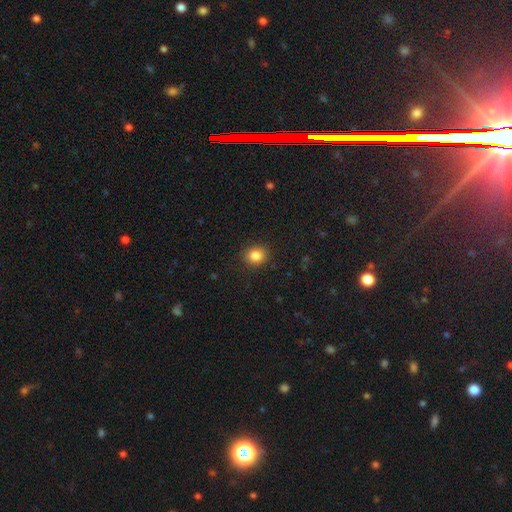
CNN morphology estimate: A smooth galaxy with no disk features (85%) that is round (69%).

Vote fractions:
- Smooth or featured? smooth: 85% / star or artifact: 10% / featured or disk: 5%
- How rounded? round: 69% / in between: 30% / cigar-shaped: 1%
- Merging? none: 89% / minor disturbance: 7% / major disturbance: 2% / merger: 1%